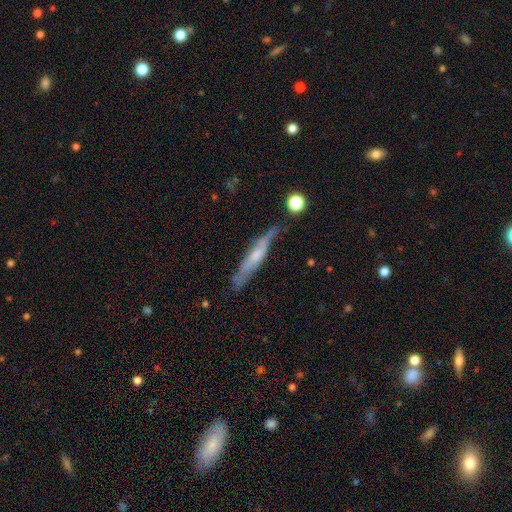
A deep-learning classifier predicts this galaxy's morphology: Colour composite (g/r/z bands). It shows a featured or disk galaxy (55%) viewed edge-on (79%). Merging: none (62%).